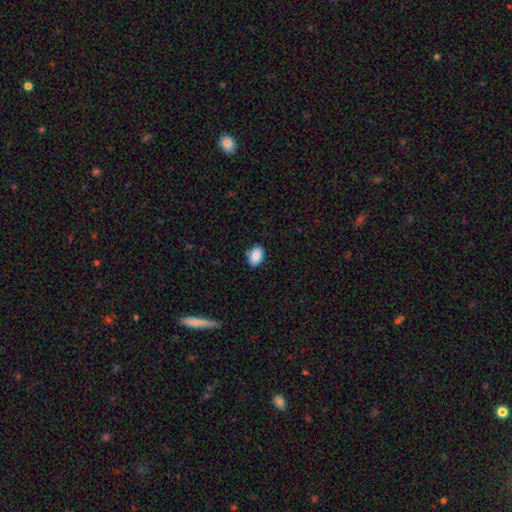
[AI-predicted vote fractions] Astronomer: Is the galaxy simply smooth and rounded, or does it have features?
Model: smooth — 89%.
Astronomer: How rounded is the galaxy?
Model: in between — 87%.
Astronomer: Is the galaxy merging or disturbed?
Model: none — 84%.